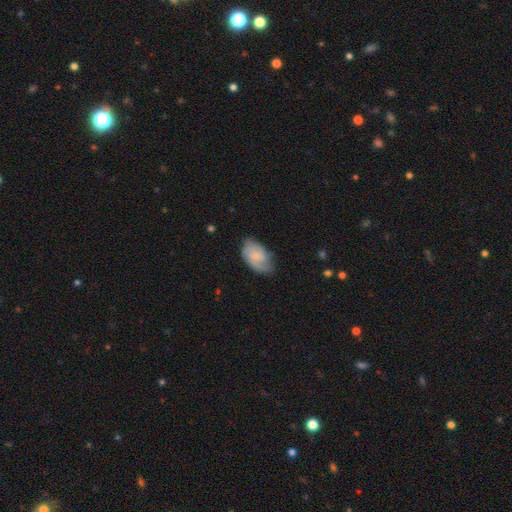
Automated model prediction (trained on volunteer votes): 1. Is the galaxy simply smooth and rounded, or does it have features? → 54% smooth, 39% featured or disk, 7% star or artifact.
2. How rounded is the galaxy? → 92% in between, 6% round, 2% cigar-shaped.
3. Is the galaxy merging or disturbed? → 60% none, 30% minor disturbance, 9% major disturbance, 2% merger.